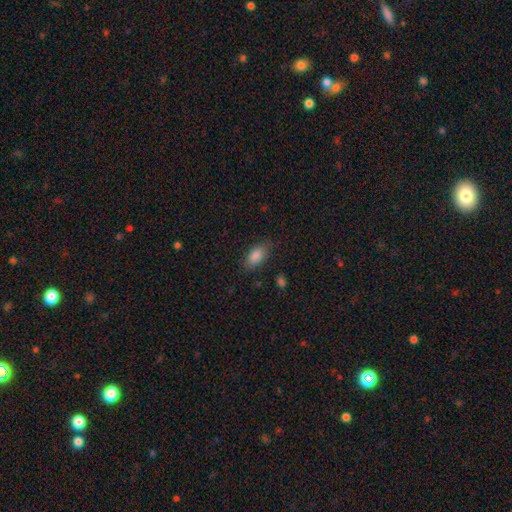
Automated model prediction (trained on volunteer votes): Morphology: type=smooth (86%); roundness=in between (90%); merging=none (83%).